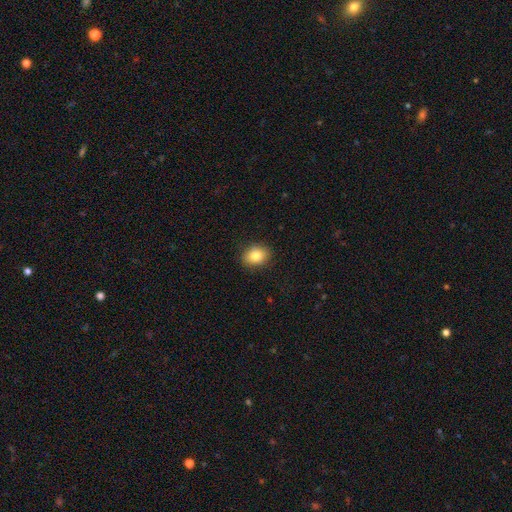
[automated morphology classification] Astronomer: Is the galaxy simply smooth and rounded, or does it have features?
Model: smooth — 83%.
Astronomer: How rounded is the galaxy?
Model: in between — 57% (runner-up: round, 42%).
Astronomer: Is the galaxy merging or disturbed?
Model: none — 88%.